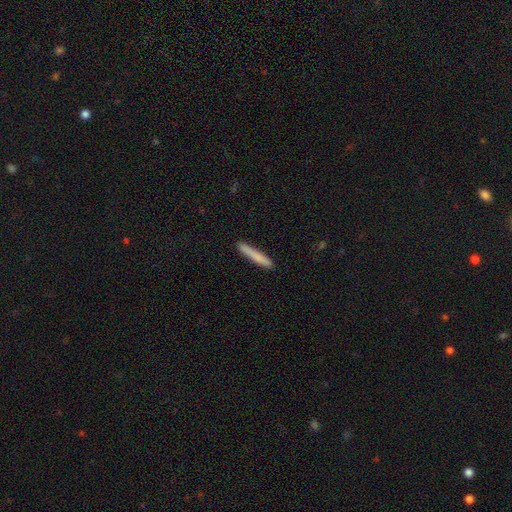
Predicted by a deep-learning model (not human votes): Smooth or featured?
  - smooth: 77% *
  - featured or disk: 17%
  - star or artifact: 6%
How rounded?
  - cigar-shaped: 96% *
  - in between: 3%
  - round: 1%
Merging?
  - none: 90% *
  - minor disturbance: 7%
  - major disturbance: 1%
  - merger: 1%